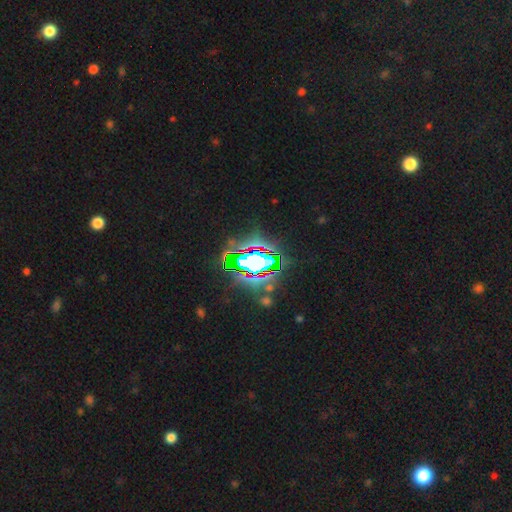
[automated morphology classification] The model was most divided on "smooth or featured": star or artifact: 72%, featured or disk: 15%, smooth: 13%.